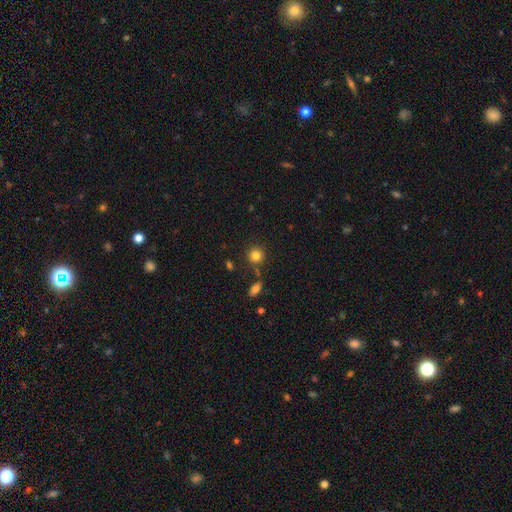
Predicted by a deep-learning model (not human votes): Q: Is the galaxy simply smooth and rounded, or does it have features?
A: smooth — 82%.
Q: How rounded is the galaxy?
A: round — 90%.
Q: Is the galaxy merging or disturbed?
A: none — 81%.